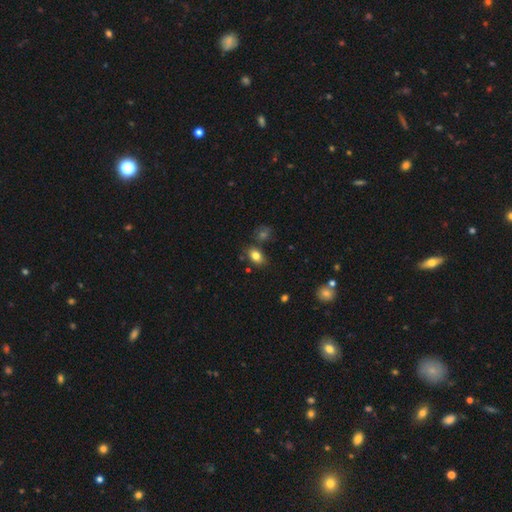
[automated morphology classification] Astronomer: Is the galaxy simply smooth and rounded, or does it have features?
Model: smooth — 81%.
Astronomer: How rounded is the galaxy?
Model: in between — 83%.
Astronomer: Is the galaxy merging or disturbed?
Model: none — 74%.